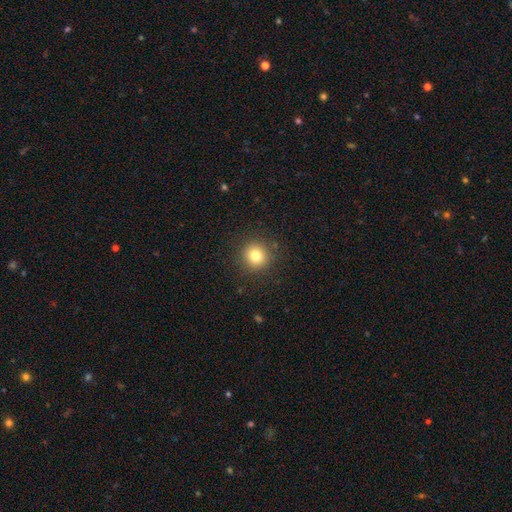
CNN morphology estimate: Smooth or featured? smooth (80%)
How rounded? round (93%)
Merging? none (90%)